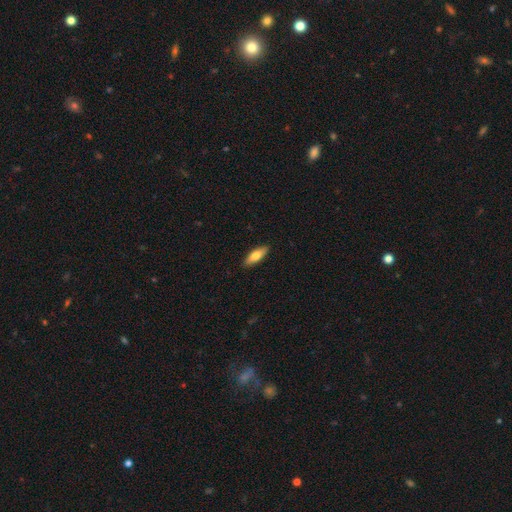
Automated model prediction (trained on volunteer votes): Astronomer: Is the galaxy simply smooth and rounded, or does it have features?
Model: smooth — 72%.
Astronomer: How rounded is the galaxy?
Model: in between — 59% (runner-up: cigar-shaped, 39%).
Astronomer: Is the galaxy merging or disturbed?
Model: none — 90%.